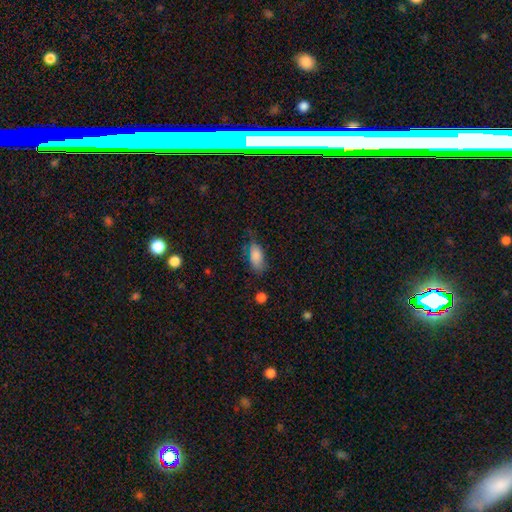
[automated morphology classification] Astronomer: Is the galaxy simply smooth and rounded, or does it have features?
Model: smooth — 83%.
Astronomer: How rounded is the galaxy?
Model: in between — 91%.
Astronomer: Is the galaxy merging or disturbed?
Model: none — 56% (runner-up: minor disturbance, 32%).